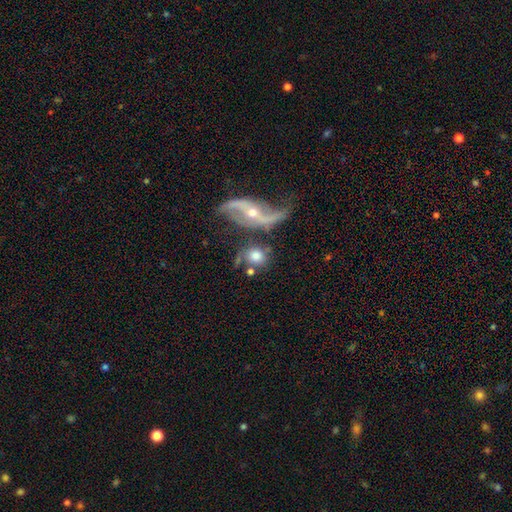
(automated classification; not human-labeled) smooth-or-featured: smooth: 57% | featured or disk: 35% | star or artifact: 8%
  how-rounded: round: 70% | in between: 26% | cigar-shaped: 3%
  merging: none: 55% | merger: 22% | minor disturbance: 15% | major disturbance: 9%